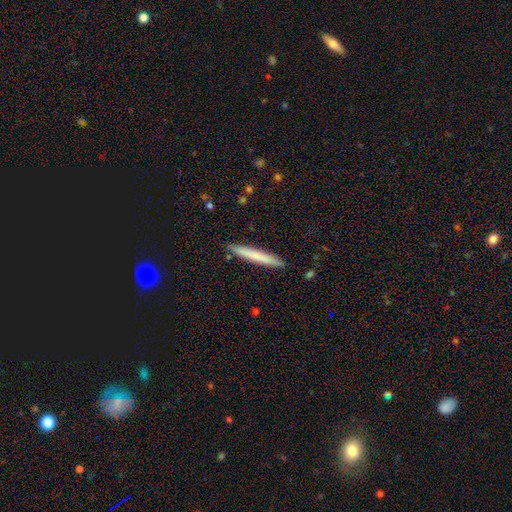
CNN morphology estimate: This is likely a smooth galaxy (70%). How rounded: clearly cigar-shaped (96%). Merging: clearly none (91%).